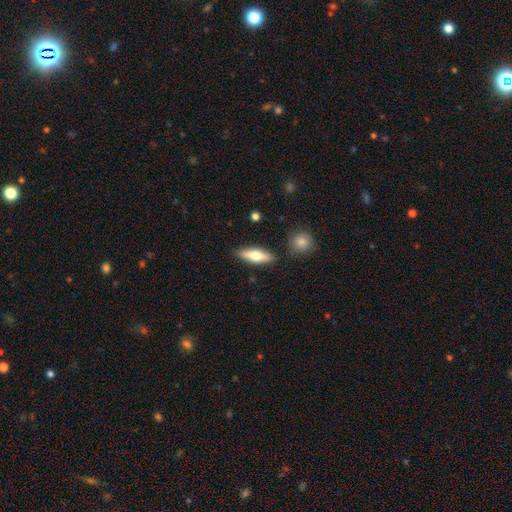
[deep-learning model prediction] Smooth or featured: smooth — 56% (featured or disk — 38%)
How rounded: in between — 50% (cigar-shaped — 47%)
Merging: none — 84% (minor disturbance — 10%)